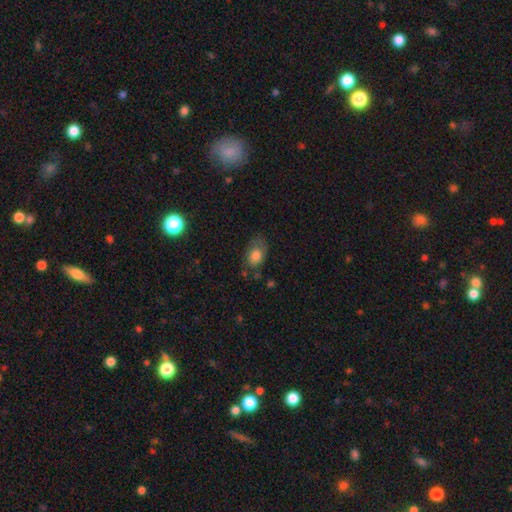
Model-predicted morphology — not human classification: Overall: smooth (77%). How rounded: in between (84%). Merging: none (52%; minor disturbance 30%).